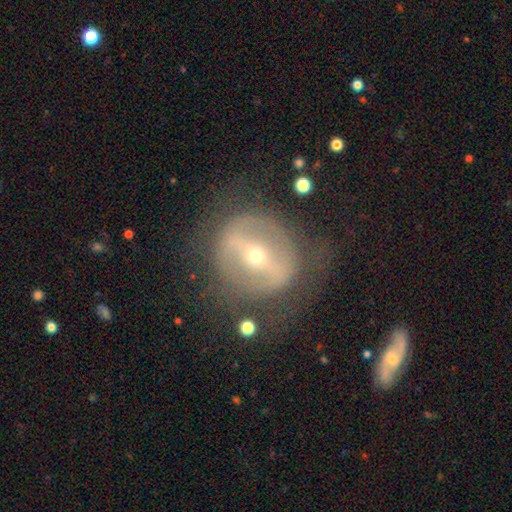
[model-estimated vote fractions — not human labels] Smooth or featured: featured or disk — 71% (smooth — 20%)
Edge-on disk: no — 91% (yes — 9%)
Bar: strong — 61% (weak — 23%)
Spiral arms: no — 67% (yes — 33%)
Bulge size: small — 71% (moderate — 25%)
Merging: none — 67% (minor disturbance — 16%)